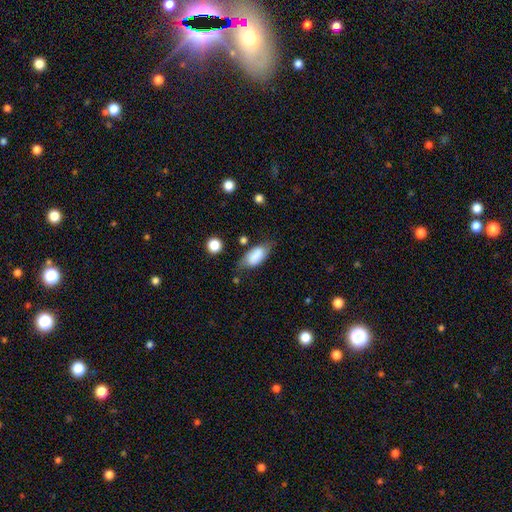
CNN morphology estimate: A smooth galaxy with no disk features (78%) that is in between round and cigar-shaped (88%). Merging: none (61%).